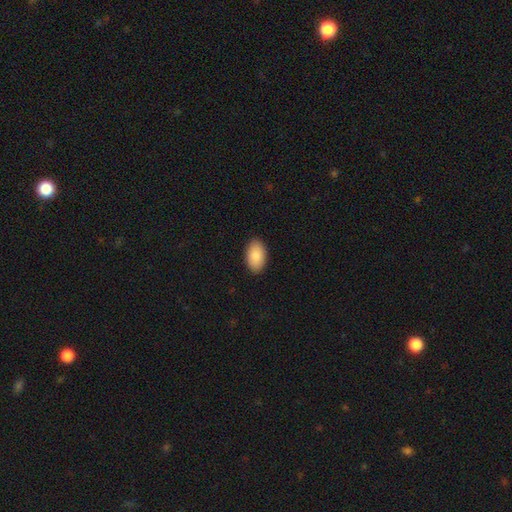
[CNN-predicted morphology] A smooth galaxy with no disk features (88%) that is in between round and cigar-shaped (95%). Merging: none (89%).